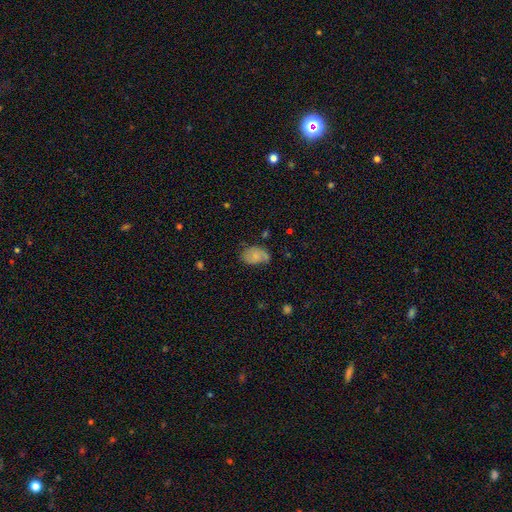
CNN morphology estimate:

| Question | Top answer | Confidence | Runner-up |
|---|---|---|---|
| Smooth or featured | smooth | 64% | featured or disk (28%) |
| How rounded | in between | 84% | round (15%) |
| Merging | none | 55% | minor disturbance (32%) |